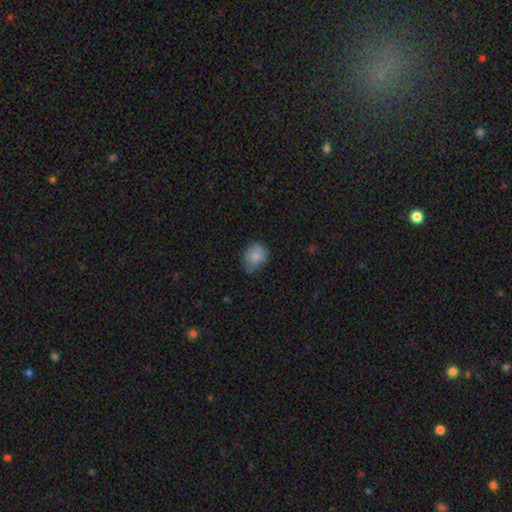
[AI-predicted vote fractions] Smooth or featured: smooth — 82% (featured or disk — 9%)
How rounded: in between — 51% (round — 48%)
Merging: none — 55% (minor disturbance — 35%)